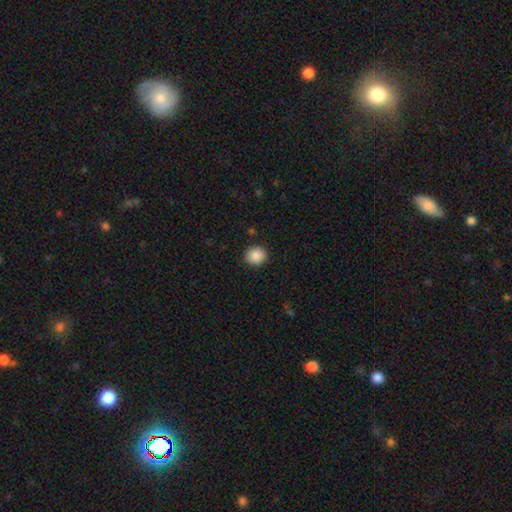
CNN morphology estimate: smooth-or-featured: smooth: 88% | star or artifact: 8% | featured or disk: 4%
  how-rounded: round: 89% | in between: 11% | cigar-shaped: 1%
  merging: none: 92% | minor disturbance: 5% | major disturbance: 2% | merger: 1%